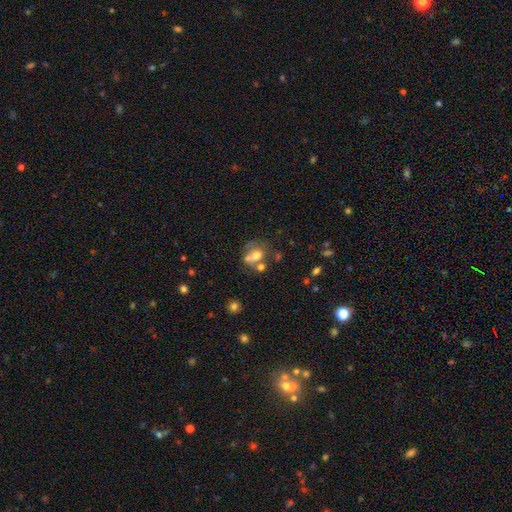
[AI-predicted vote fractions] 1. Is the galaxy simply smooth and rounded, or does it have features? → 58% smooth, 29% featured or disk, 13% star or artifact.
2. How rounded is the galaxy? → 59% round, 40% in between, 1% cigar-shaped.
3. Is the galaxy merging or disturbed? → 42% merger, 35% none, 14% minor disturbance, 9% major disturbance.